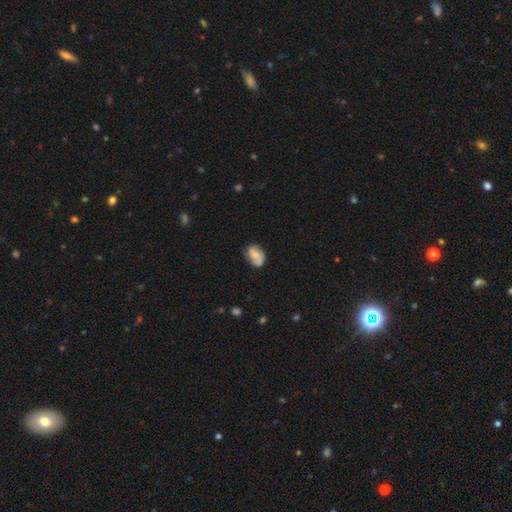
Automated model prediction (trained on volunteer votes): Morphology: type=smooth (50%); merging=none (63%).